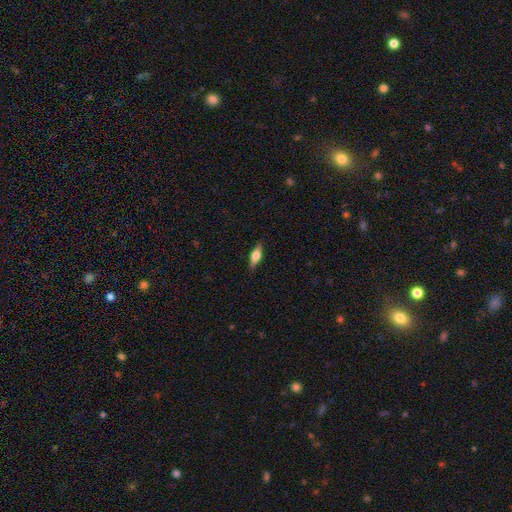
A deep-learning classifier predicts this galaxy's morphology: smooth-or-featured: smooth: 55% | featured or disk: 38% | star or artifact: 7%
  how-rounded: in between: 60% | cigar-shaped: 37% | round: 3%
  merging: none: 86% | minor disturbance: 11% | major disturbance: 2% | merger: 1%